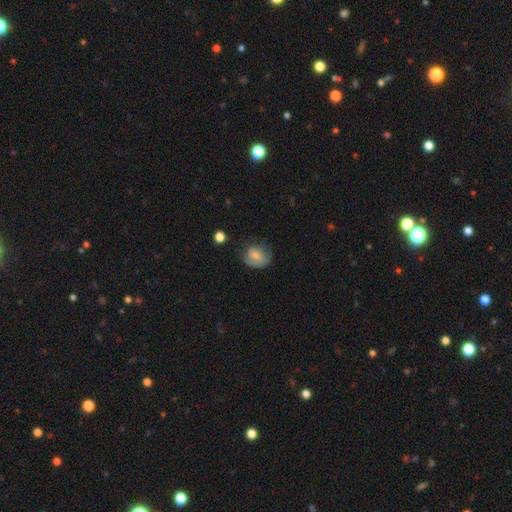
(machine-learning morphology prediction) Smooth or featured? Predicted: smooth (p=0.65). How rounded? Predicted: round (p=0.55). Merging? Predicted: none (p=0.53).